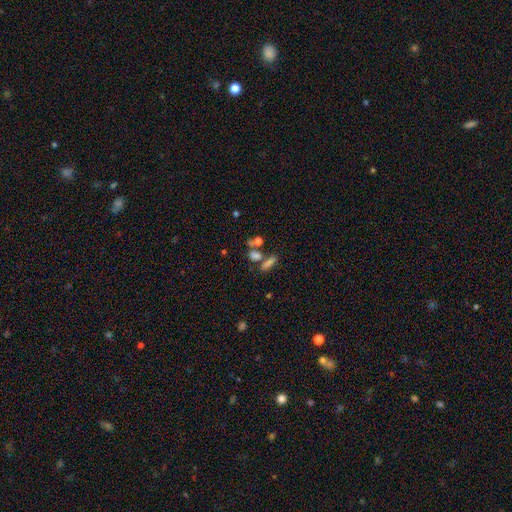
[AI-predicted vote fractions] Smooth or featured?
  - smooth: 71% *
  - star or artifact: 16%
  - featured or disk: 12%
How rounded?
  - in between: 46% *
  - round: 35%
  - cigar-shaped: 18%
Merging?
  - none: 49% *
  - merger: 33%
  - minor disturbance: 11%
  - major disturbance: 7%